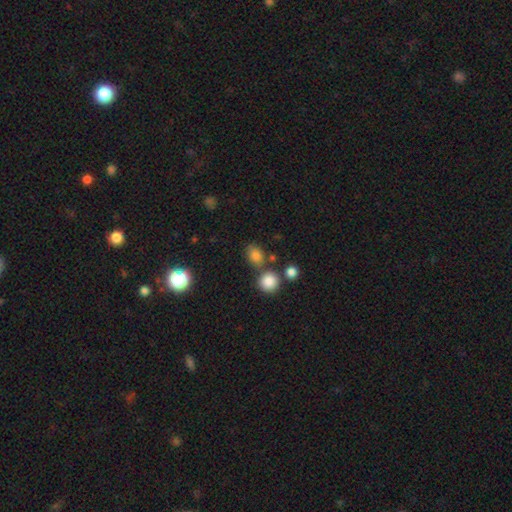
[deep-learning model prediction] Smooth or featured? smooth (81%)
How rounded? in between (54%)
Merging? none (65%)